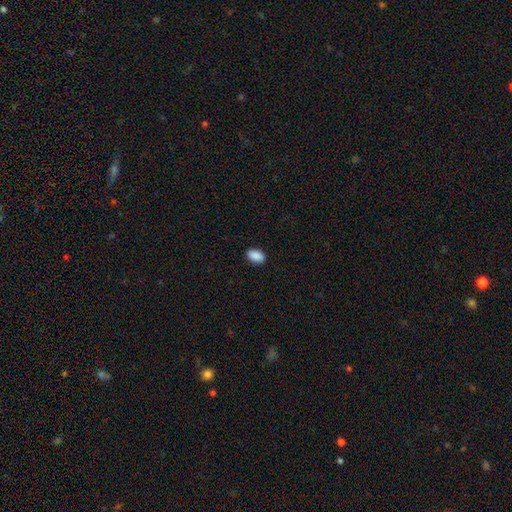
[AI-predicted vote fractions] smooth_or_featured: smooth (p=0.89) [alt: star or artifact p=0.08]
how_rounded: in between (p=0.90) [alt: round p=0.08]
merging: none (p=0.88) [alt: minor disturbance p=0.09]